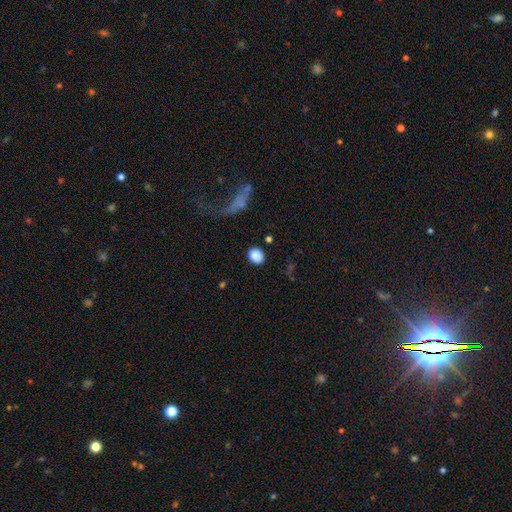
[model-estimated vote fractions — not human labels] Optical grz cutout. It shows a smooth galaxy with no disk features (87%) that is round (70%). Merging: none (85%).